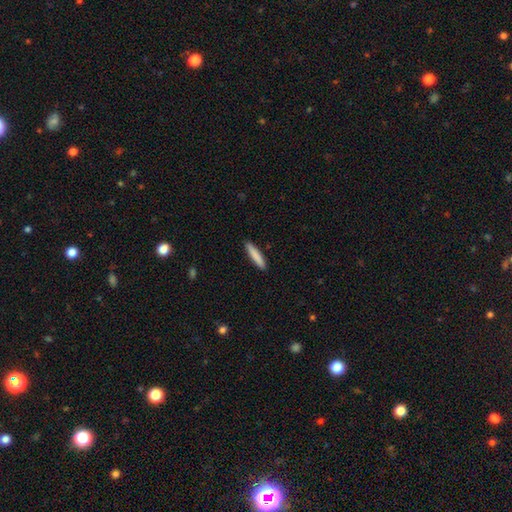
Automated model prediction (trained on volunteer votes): A smooth galaxy with no disk features (85%) that is cigar-shaped (89%). Merging: none (90%).